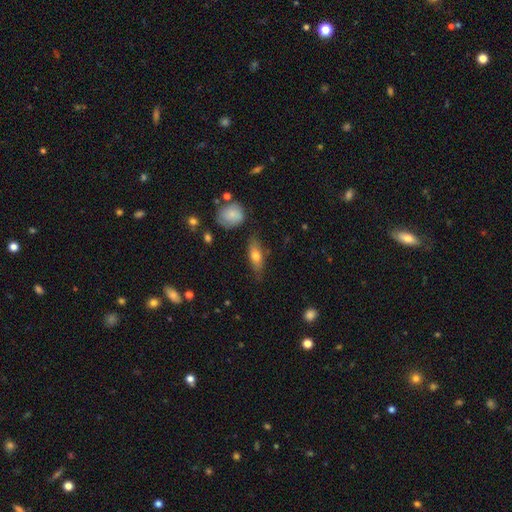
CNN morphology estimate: Overall: smooth (70%). How rounded: in between (67%; cigar-shaped 29%). Merging: none (70%).